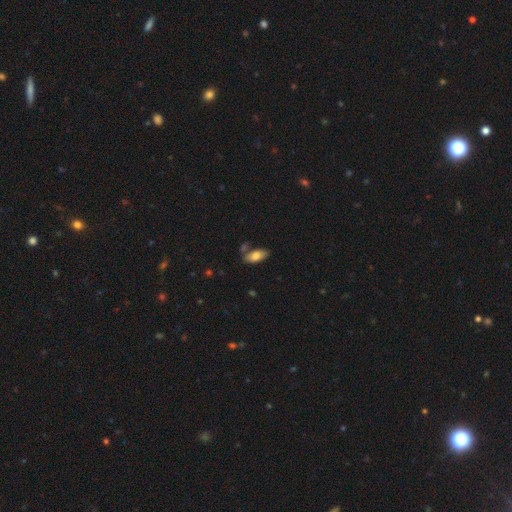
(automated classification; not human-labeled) Smooth or featured? smooth (78%)
How rounded? in between (88%)
Merging? none (68%)